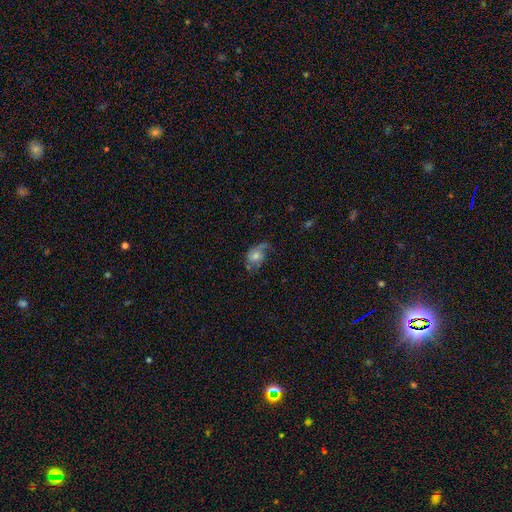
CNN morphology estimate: type=featured or disk (52%); edge-on=no (96%); merging=none (44%).